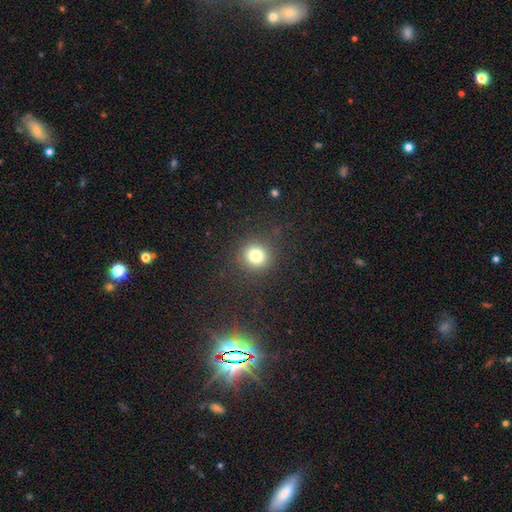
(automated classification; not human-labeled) This appears to be a smooth galaxy with no disk features (79%) that is round (90%). Merging: none (88%).